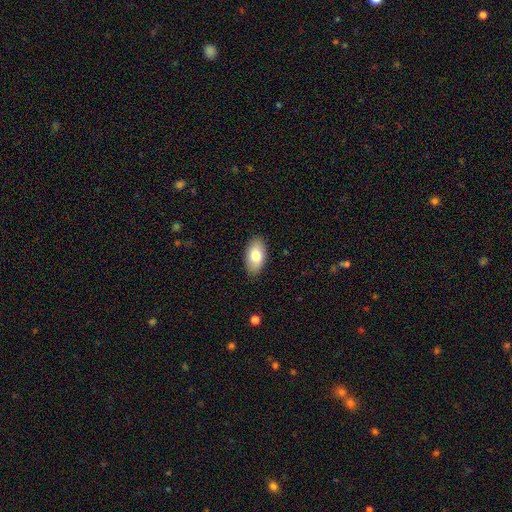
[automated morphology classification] A smooth galaxy with no disk features (80%) that is in between round and cigar-shaped (94%). Merging: none (88%).